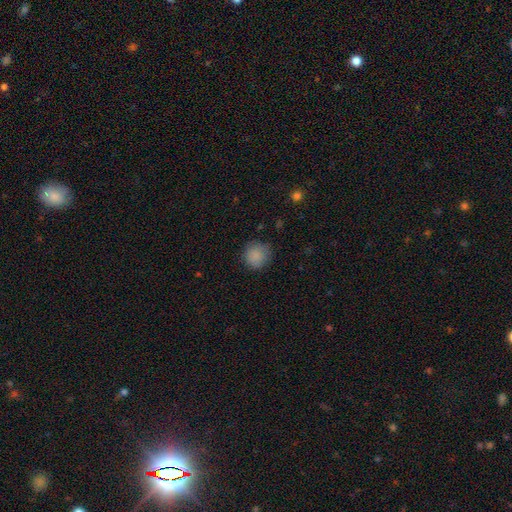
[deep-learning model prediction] Q: Smooth or featured?
A: smooth (86%); runner-up: star or artifact (9%)
Q: How rounded?
A: round (91%); runner-up: in between (8%)
Q: Merging?
A: none (81%); runner-up: minor disturbance (14%)